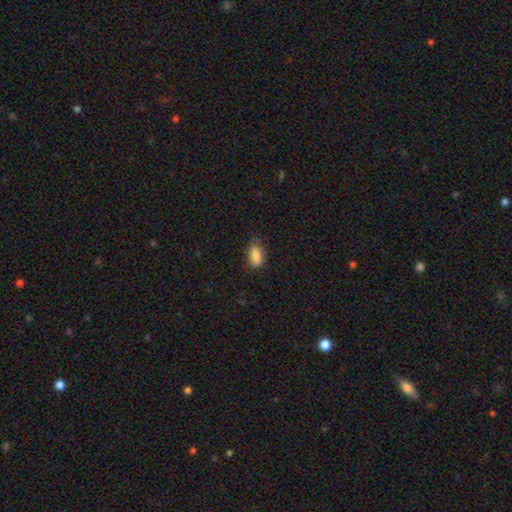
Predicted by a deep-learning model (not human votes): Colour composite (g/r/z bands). It shows a smooth galaxy with no disk features (86%) that is in between round and cigar-shaped (87%). Merging: none (68%).